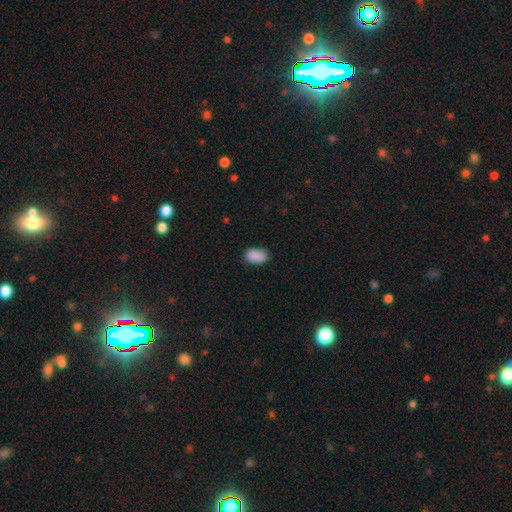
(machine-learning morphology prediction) This appears to be a smooth galaxy with no disk features (89%) that is in between round and cigar-shaped (90%). Merging: none (83%).